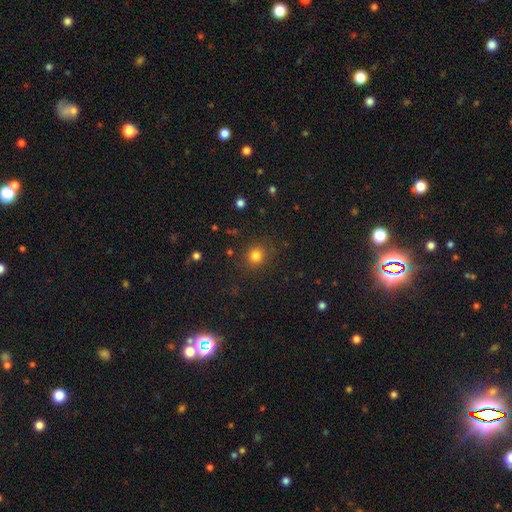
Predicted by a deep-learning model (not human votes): Smooth or featured?
  - smooth: 81% *
  - star or artifact: 14%
  - featured or disk: 5%
How rounded?
  - round: 87% *
  - in between: 12%
  - cigar-shaped: 1%
Merging?
  - none: 86% *
  - minor disturbance: 8%
  - major disturbance: 3%
  - merger: 2%